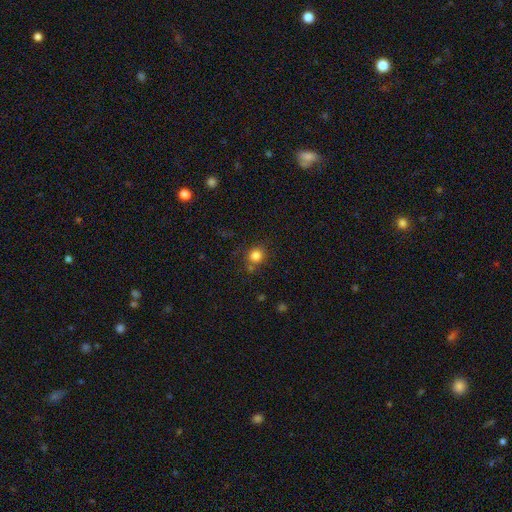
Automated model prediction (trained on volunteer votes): Overall: smooth (82%). How rounded: round (86%). Merging: none (78%).